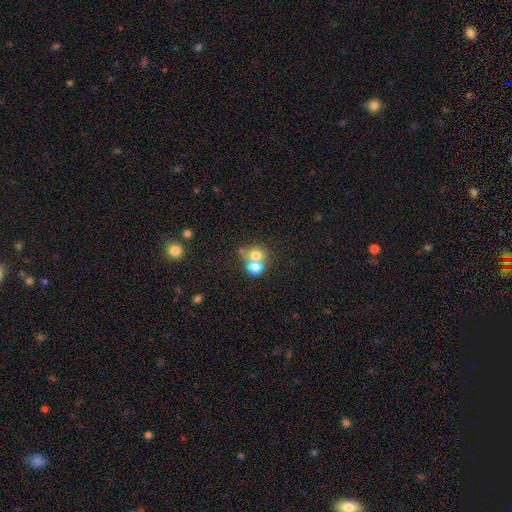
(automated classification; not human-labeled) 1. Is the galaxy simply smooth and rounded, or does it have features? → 72% smooth, 16% featured or disk, 13% star or artifact.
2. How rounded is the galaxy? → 78% round, 21% in between, 1% cigar-shaped.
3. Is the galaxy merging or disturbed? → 58% merger, 33% none, 6% minor disturbance, 3% major disturbance.